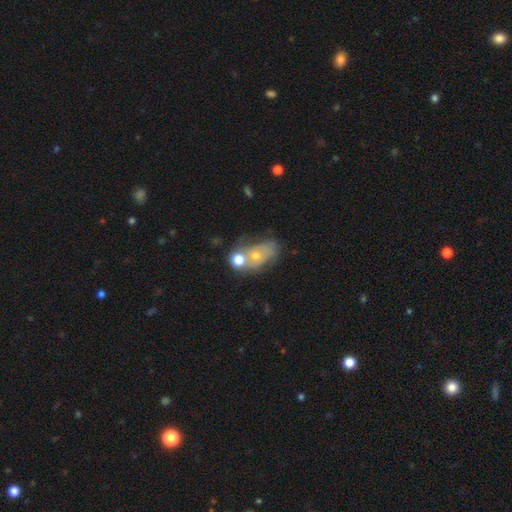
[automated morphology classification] Smooth or featured? Predicted: featured or disk (p=0.43). Merging? Predicted: none (p=0.36).